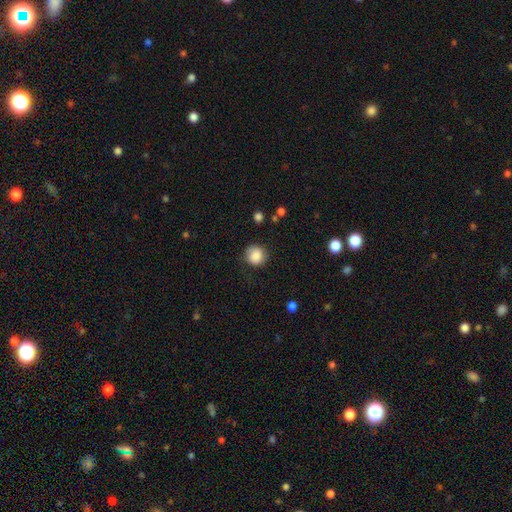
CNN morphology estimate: smooth-or-featured: smooth: 85% | star or artifact: 9% | featured or disk: 7%
  how-rounded: round: 89% | in between: 10% | cigar-shaped: 1%
  merging: none: 77% | minor disturbance: 16% | major disturbance: 5% | merger: 1%